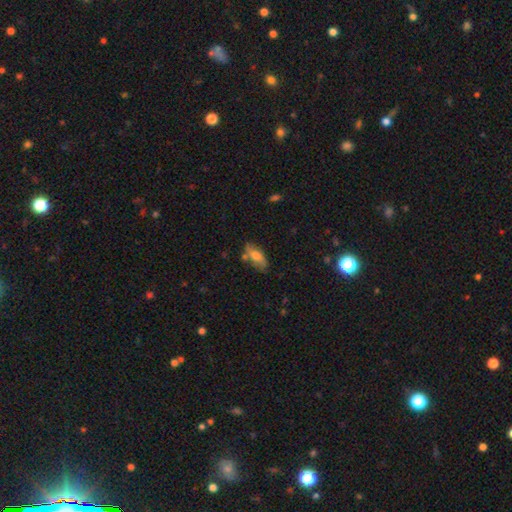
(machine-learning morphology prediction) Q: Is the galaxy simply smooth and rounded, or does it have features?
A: smooth — 57%.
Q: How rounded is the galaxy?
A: in between — 80%.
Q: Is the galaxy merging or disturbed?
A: none — 63%.